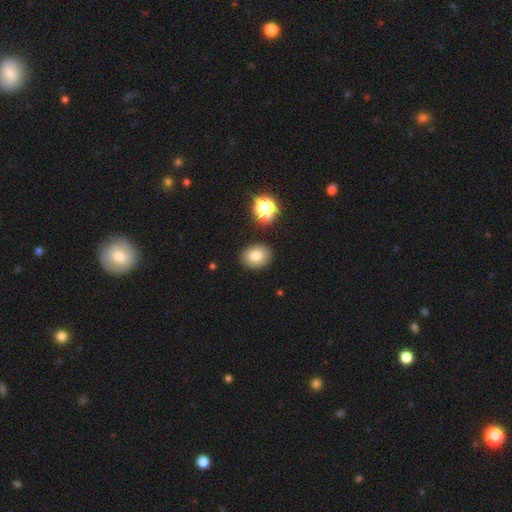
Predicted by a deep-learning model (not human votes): smooth 79%, star or artifact 11%, featured or disk 10%. Down the decision tree: how rounded — in between (59%); merging — none (87%).